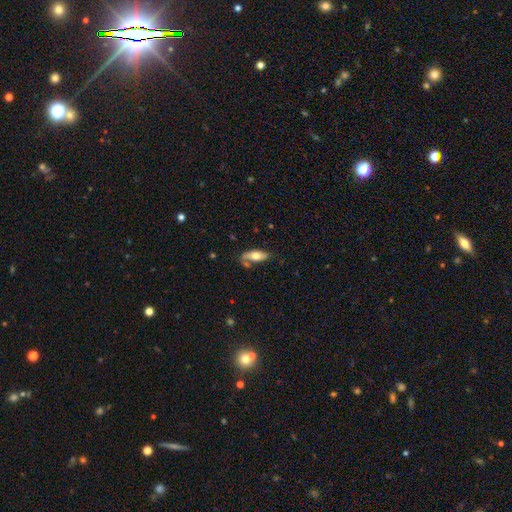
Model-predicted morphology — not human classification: This appears to be a smooth galaxy with no disk features (61%) that is in between round and cigar-shaped (69%). Merging: none (57%).